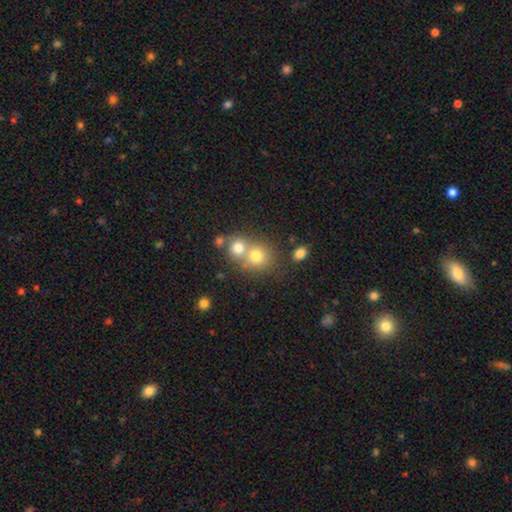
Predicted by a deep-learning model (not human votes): Smooth or featured? smooth (73%)
How rounded? round (80%)
Merging? merger (51%)